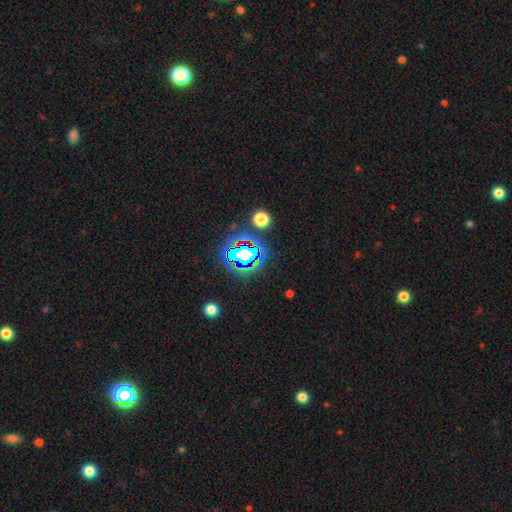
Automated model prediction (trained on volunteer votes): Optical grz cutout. It shows a star or artifact, not a galaxy (79%).